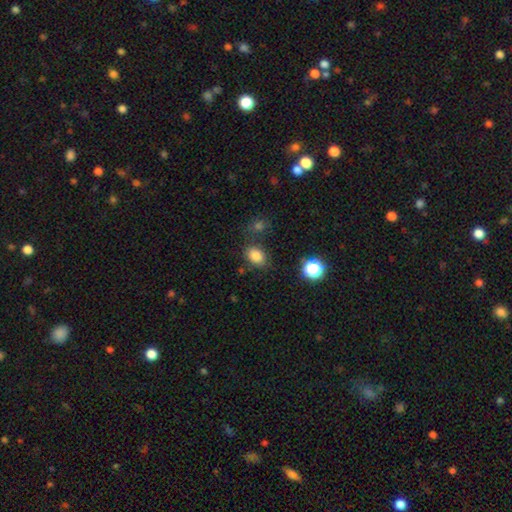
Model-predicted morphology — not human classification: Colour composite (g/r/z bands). It shows a smooth galaxy with no disk features (82%) that is in between round and cigar-shaped (72%). Merging: none (74%).